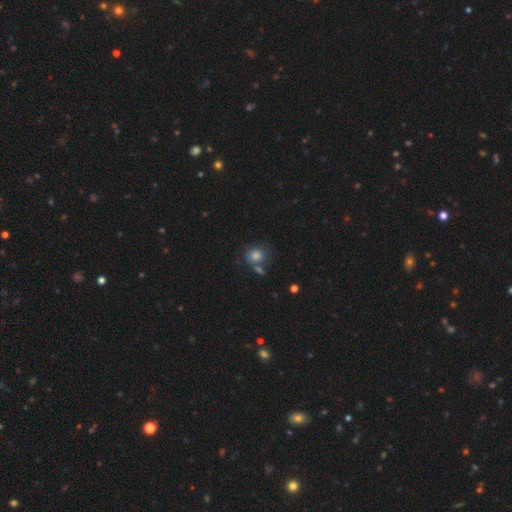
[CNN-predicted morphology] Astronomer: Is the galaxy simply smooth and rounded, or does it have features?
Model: smooth — 78%.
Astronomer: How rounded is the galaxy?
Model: round — 71%.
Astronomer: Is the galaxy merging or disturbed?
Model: none — 54%.